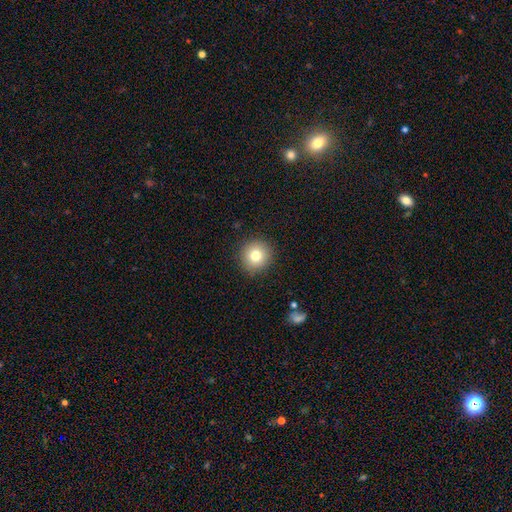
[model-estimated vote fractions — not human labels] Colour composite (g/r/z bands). It shows a smooth galaxy with no disk features (78%) that is round (95%). Merging: none (91%).